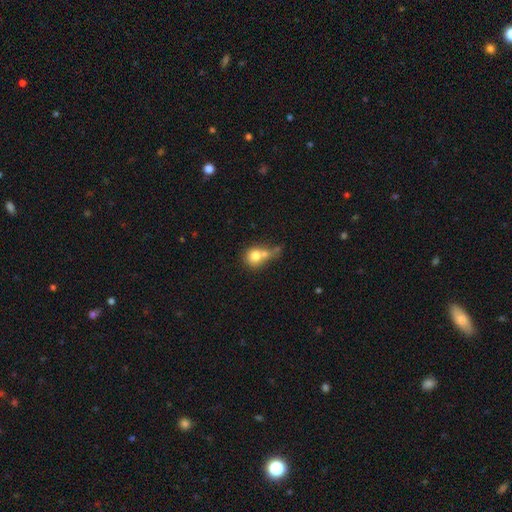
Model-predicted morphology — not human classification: This appears to be a smooth galaxy with no disk features (74%) that is round (79%). Merging: merger (52%).